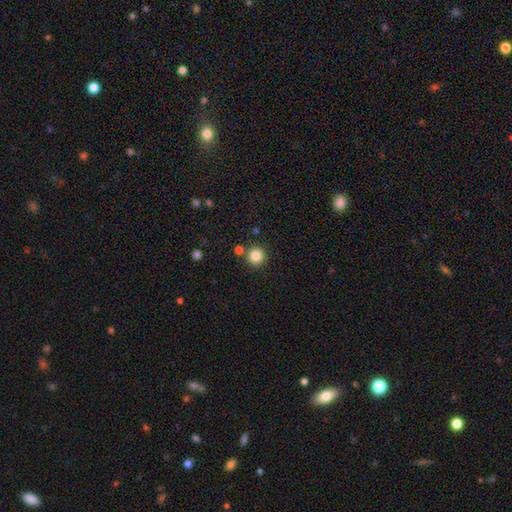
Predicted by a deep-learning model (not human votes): Smooth or featured? smooth (84%)
How rounded? round (95%)
Merging? none (85%)